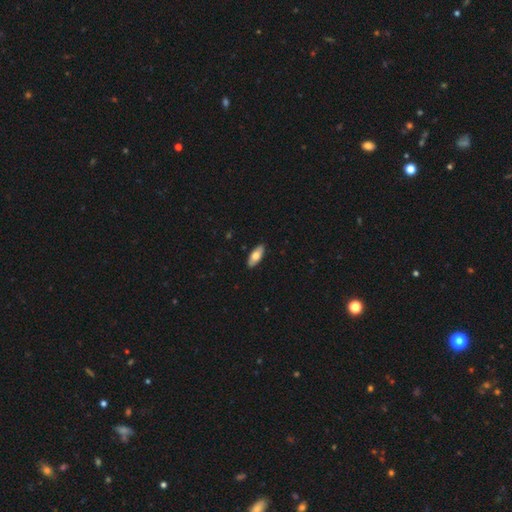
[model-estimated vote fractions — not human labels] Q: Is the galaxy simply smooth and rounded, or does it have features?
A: smooth — 71%.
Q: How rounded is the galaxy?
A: in between — 83%.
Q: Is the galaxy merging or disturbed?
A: none — 90%.